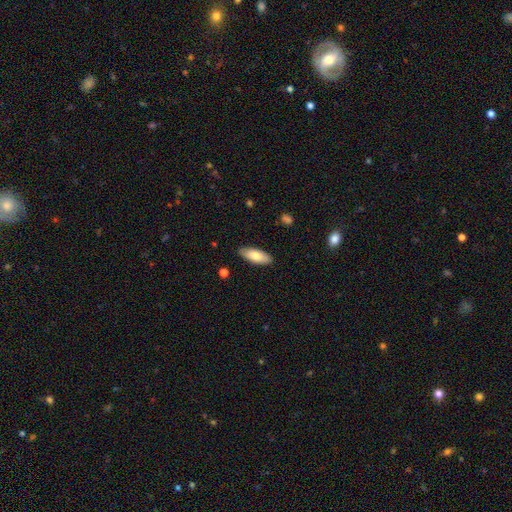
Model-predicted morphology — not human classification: The model was most divided on "how rounded": in between: 79%, cigar-shaped: 20%, round: 2%. More confident: merging — none (87%); smooth or featured — smooth (78%).